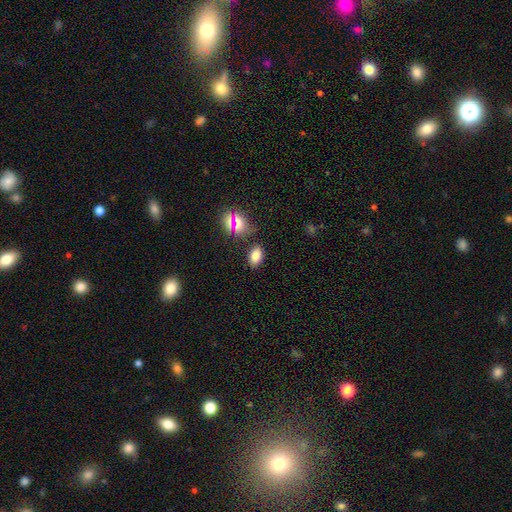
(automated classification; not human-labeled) Smooth or featured: smooth — 73% (star or artifact — 18%)
How rounded: in between — 86% (round — 13%)
Merging: none — 83% (minor disturbance — 10%)